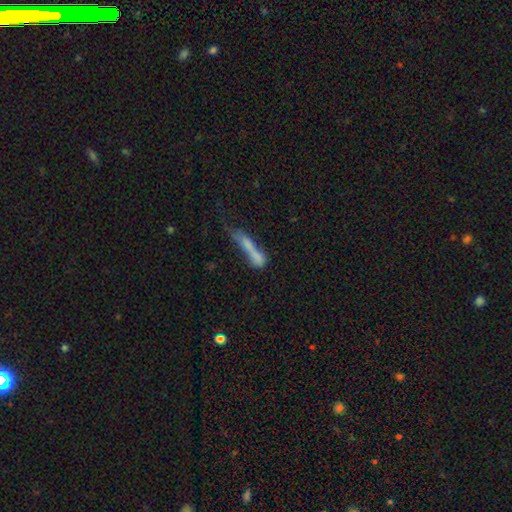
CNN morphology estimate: Overall: smooth (66%). How rounded: cigar-shaped (78%). Merging: none (29%; merger 26%).